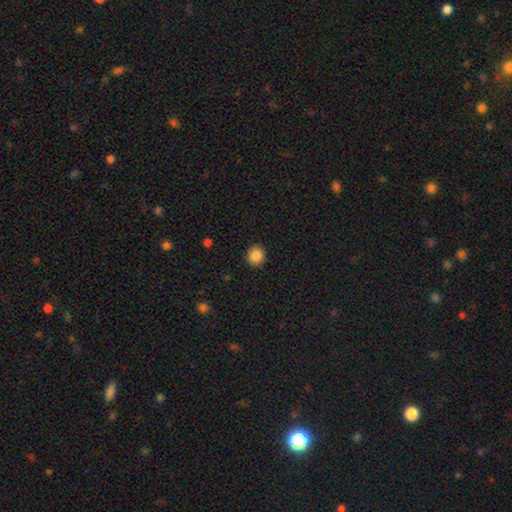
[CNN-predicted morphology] Overall: smooth (87%). How rounded: round (86%). Merging: none (91%).